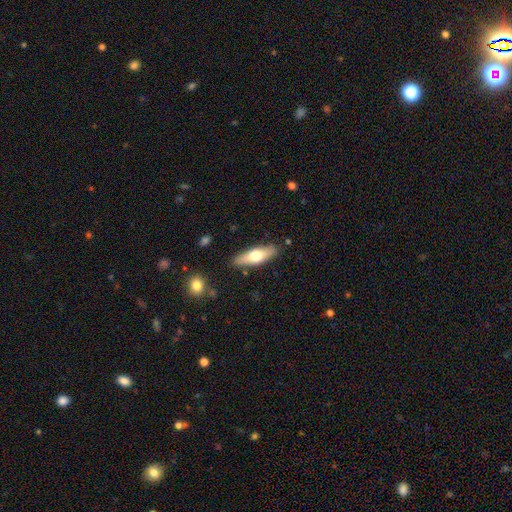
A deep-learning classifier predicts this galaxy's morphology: This is possibly a smooth galaxy (59%). How rounded: possibly in between (50%). Merging: clearly none (85%).